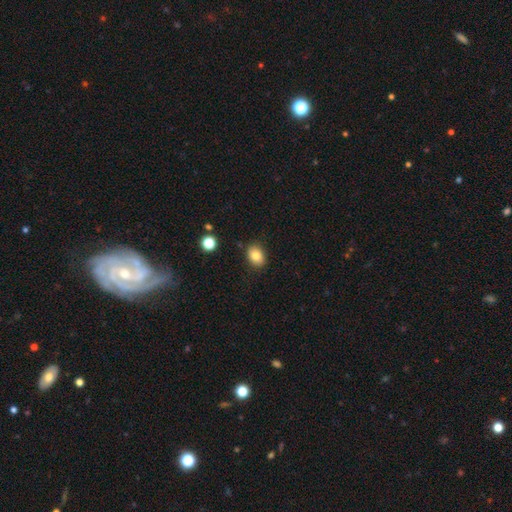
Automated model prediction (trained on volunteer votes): Overall: smooth (83%). How rounded: in between (68%; round 30%). Merging: none (86%).